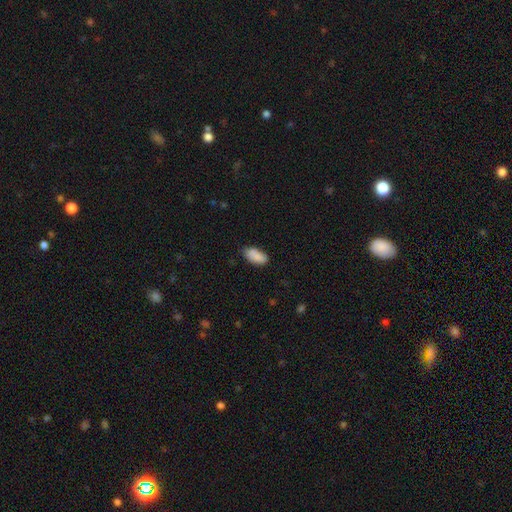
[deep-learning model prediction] Smooth or featured? smooth (86%)
How rounded? in between (92%)
Merging? none (70%)